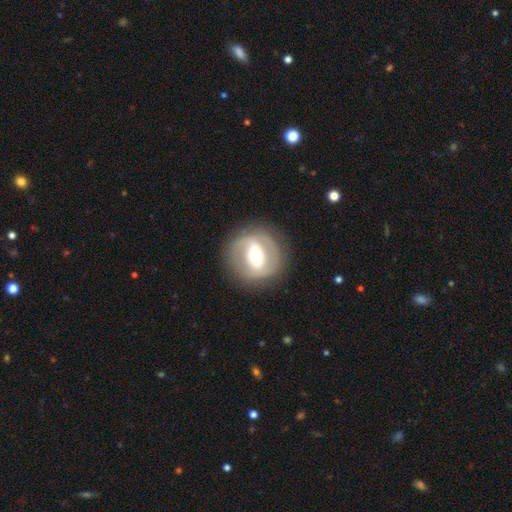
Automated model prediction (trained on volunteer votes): A featured or disk galaxy (67%) with a strong bar (48%), spiral arms (51%) and a moderate central bulge (67%).

Vote fractions:
- Smooth or featured? featured or disk: 67% / smooth: 27% / star or artifact: 6%
- Edge-on disk? no: 95% / yes: 5%
- Bar? strong: 48% / weak: 32% / no: 19%
- Spiral arms? yes: 51% / no: 49%
- Bulge size? moderate: 67% / small: 17% / large: 13% / dominant: 2% / none: 1%
- Merging? none: 83% / minor disturbance: 10% / major disturbance: 6% / merger: 1%